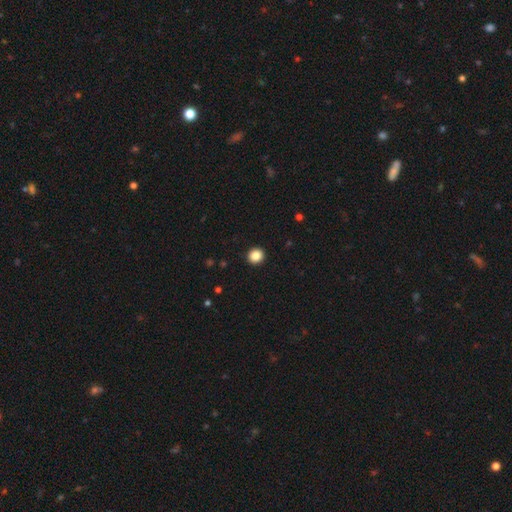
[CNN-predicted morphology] smooth 87%, star or artifact 10%, featured or disk 3%. Down the decision tree: how rounded — round (88%); merging — none (93%).